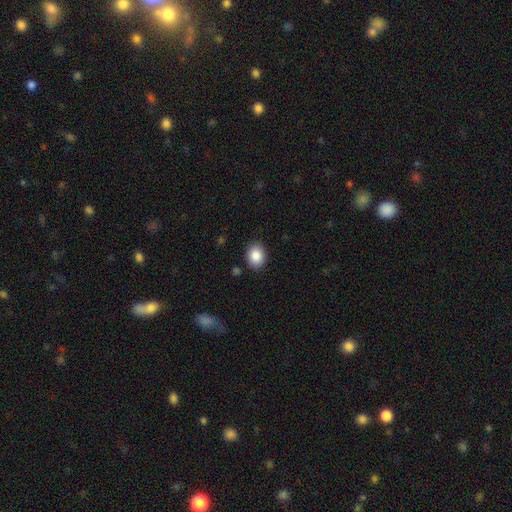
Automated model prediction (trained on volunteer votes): This appears to be a smooth galaxy with no disk features (87%) that is in between round and cigar-shaped (53%). Merging: none (88%).